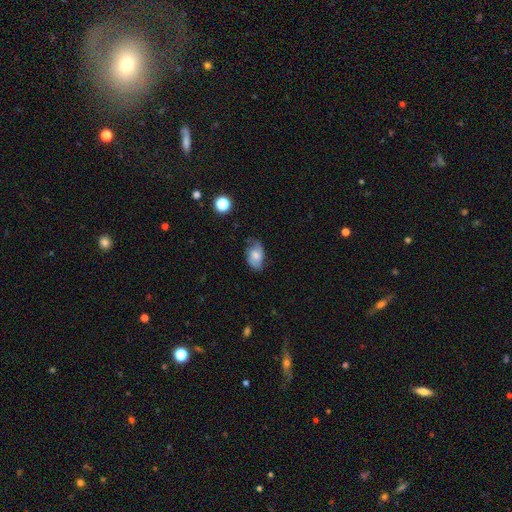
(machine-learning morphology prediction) The model was most divided on "merging": none: 59%, minor disturbance: 31%, major disturbance: 8%, merger: 2%. More confident: how rounded — in between (87%); smooth or featured — smooth (63%).